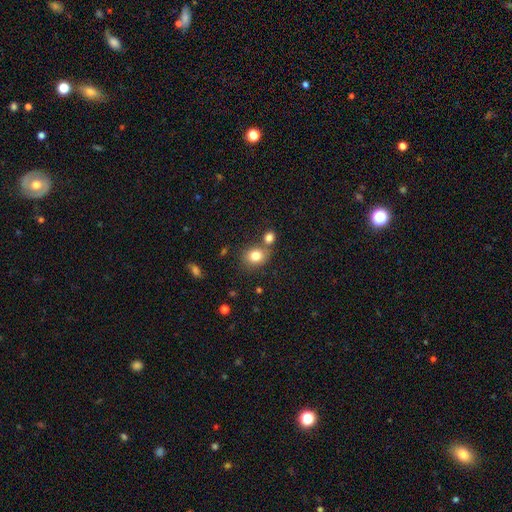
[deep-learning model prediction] smooth 81%, star or artifact 10%, featured or disk 8%. Down the decision tree: how rounded — round (62%); merging — none (62%).